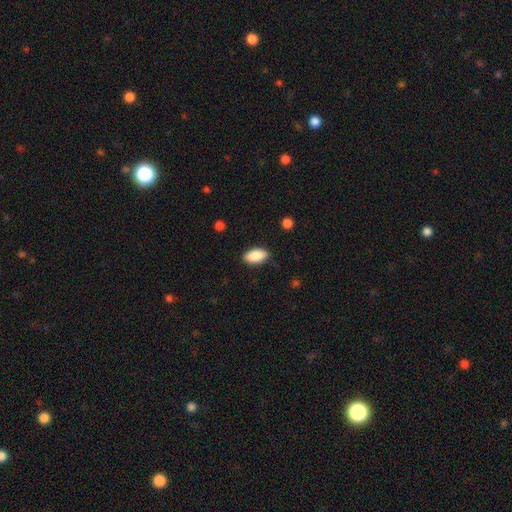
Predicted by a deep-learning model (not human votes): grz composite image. It shows a smooth galaxy with no disk features (88%) that is in between round and cigar-shaped (92%). Merging: none (87%).